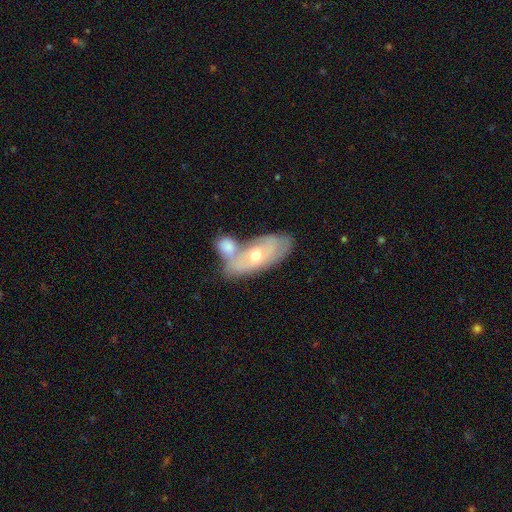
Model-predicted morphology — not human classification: smooth_or_featured: featured or disk (p=0.62) [alt: smooth p=0.31]
disk_edge_on: no (p=0.85) [alt: yes p=0.15]
bar: no (p=0.76) [alt: weak p=0.19]
has_spiral_arms: yes (p=0.51) [alt: no p=0.49]
bulge_size: moderate (p=0.63) [alt: small p=0.32]
merging: merger (p=0.45) [alt: none p=0.38]